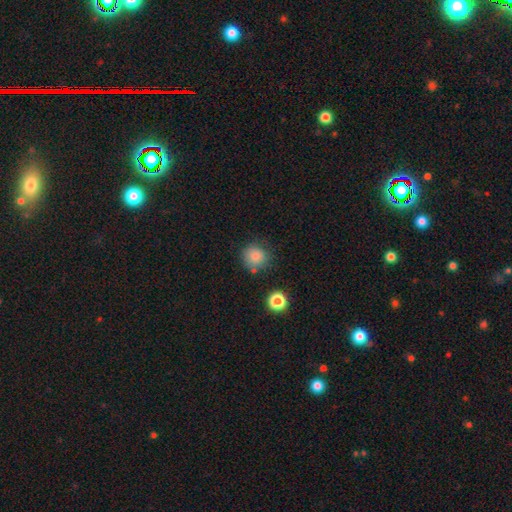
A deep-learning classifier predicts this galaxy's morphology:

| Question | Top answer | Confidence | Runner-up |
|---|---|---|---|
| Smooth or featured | smooth | 82% | star or artifact (12%) |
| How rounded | round | 90% | in between (9%) |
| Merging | none | 75% | minor disturbance (14%) |